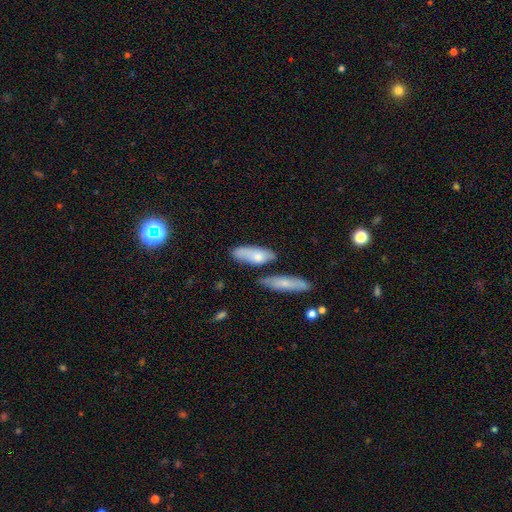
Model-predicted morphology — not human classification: Smooth or featured?
  - smooth: 73% *
  - featured or disk: 21%
  - star or artifact: 6%
How rounded?
  - in between: 64% *
  - cigar-shaped: 33%
  - round: 3%
Merging?
  - none: 64% *
  - minor disturbance: 20%
  - merger: 12%
  - major disturbance: 5%